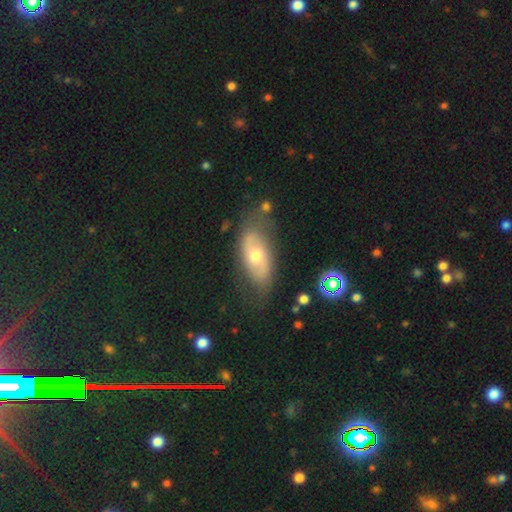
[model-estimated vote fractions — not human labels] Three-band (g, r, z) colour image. It shows a featured or disk galaxy (52%). Merging: none (68%).